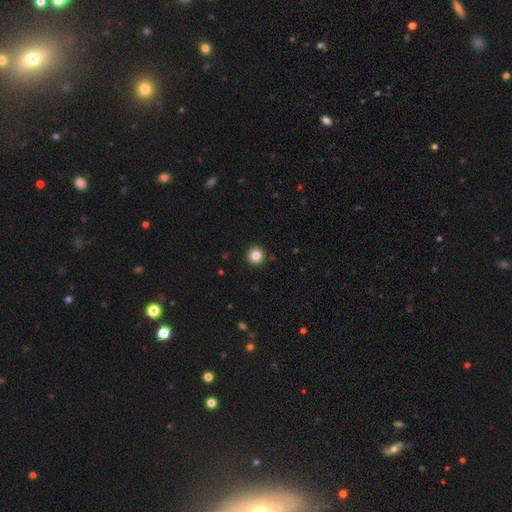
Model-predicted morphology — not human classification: Smooth or featured? smooth (85%)
How rounded? round (93%)
Merging? none (92%)